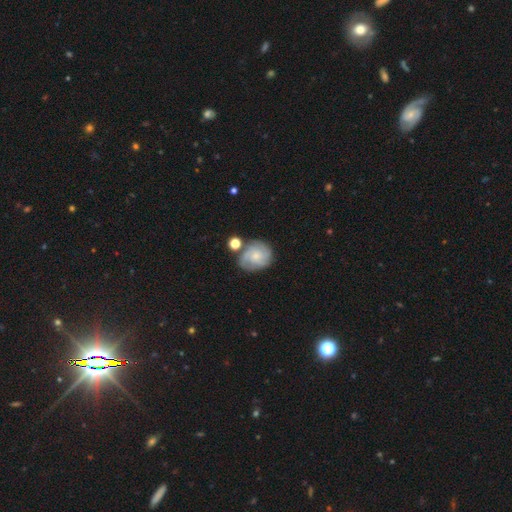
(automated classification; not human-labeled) Morphology: type=featured or disk (63%); edge-on=no (98%); bar=no (74%); spiral arms=yes (91%); winding=tight (47%); arm count=3 (36%); bulge=small (63%); merging=none (64%).